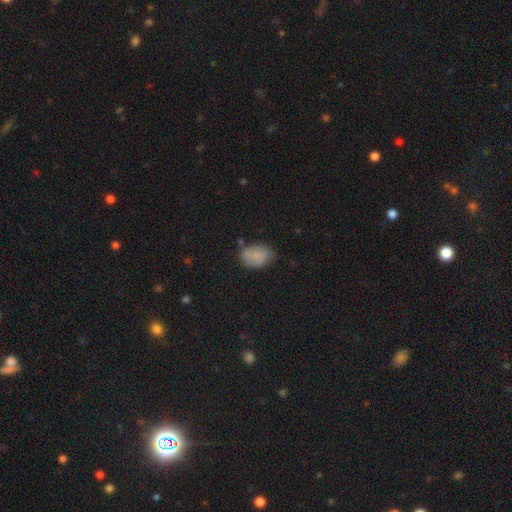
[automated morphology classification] Smooth or featured?
  - smooth: 78% *
  - featured or disk: 13%
  - star or artifact: 9%
How rounded?
  - in between: 80% *
  - round: 19%
  - cigar-shaped: 1%
Merging?
  - none: 58% *
  - minor disturbance: 30%
  - major disturbance: 8%
  - merger: 5%